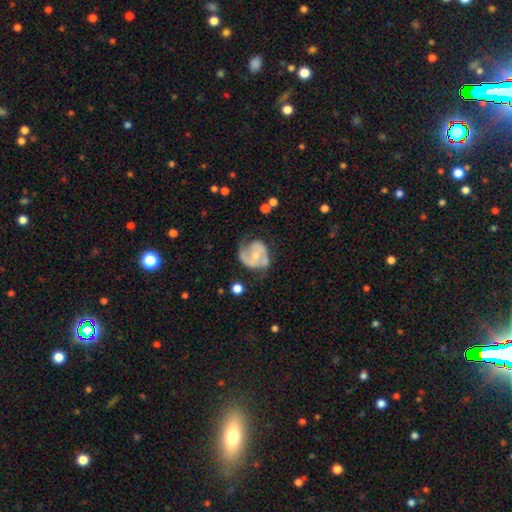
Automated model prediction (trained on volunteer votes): A featured or disk galaxy (74%) with no bar (62%), 2 (62%) medium (43%) spiral arms (86%) and a moderate central bulge (50%).

Vote fractions:
- Smooth or featured? featured or disk: 74% / smooth: 21% / star or artifact: 6%
- Edge-on disk? no: 98% / yes: 2%
- Bar? no: 62% / weak: 31% / strong: 7%
- Spiral arms? yes: 86% / no: 14%
- Spiral winding? medium: 43% / tight: 36% / loose: 21%
- Spiral arm count? 2: 62% / 1: 17% / can't tell: 13% / 3: 5% / 4: 1% / more than 4: 1%
- Bulge size? moderate: 50% / small: 43% / none: 4% / large: 2% / dominant: 1%
- Merging? none: 49% / minor disturbance: 28% / major disturbance: 19% / merger: 3%